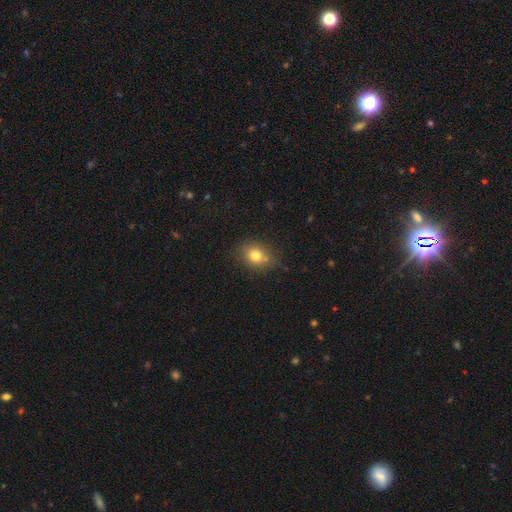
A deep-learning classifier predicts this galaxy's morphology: smooth_or_featured: smooth (p=0.77) [alt: star or artifact p=0.12]
how_rounded: round (p=0.55) [alt: in between p=0.43]
merging: none (p=0.72) [alt: minor disturbance p=0.16]